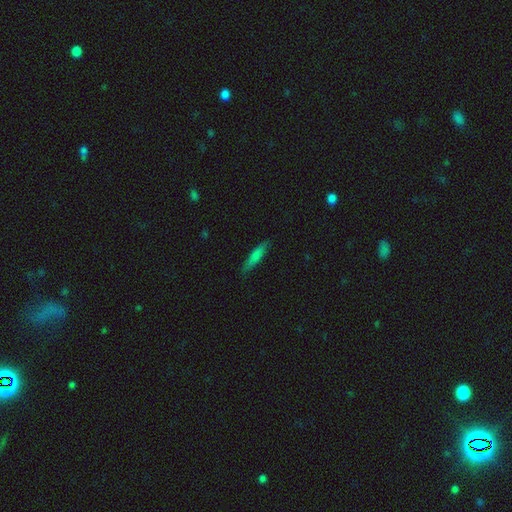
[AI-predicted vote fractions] Smooth or featured? smooth (73%)
How rounded? cigar-shaped (81%)
Merging? none (83%)